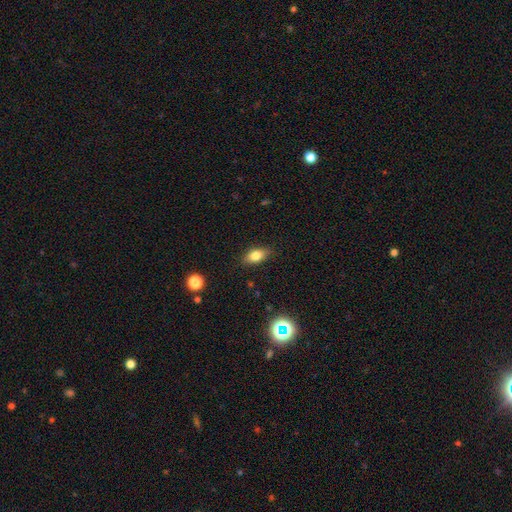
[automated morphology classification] Smooth or featured? Predicted: smooth (p=0.78). How rounded? Predicted: in between (p=0.83). Merging? Predicted: none (p=0.84).